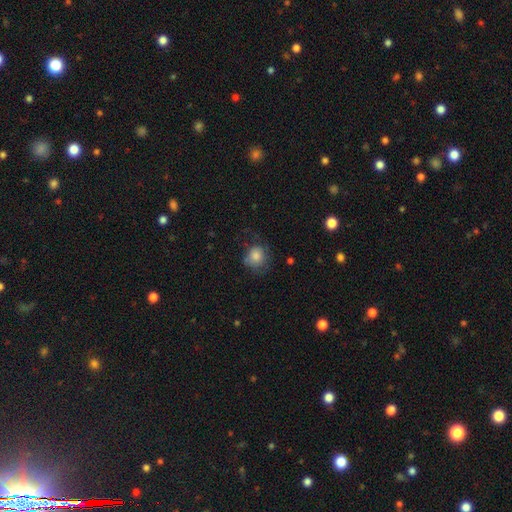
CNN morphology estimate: Smooth or featured: smooth — 79% (featured or disk — 12%)
How rounded: round — 77% (in between — 22%)
Merging: none — 58% (minor disturbance — 25%)